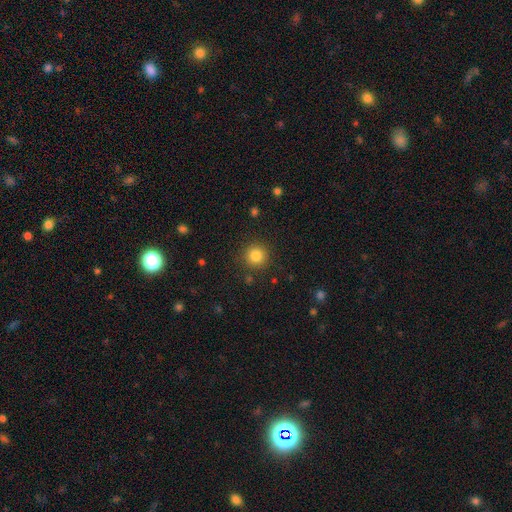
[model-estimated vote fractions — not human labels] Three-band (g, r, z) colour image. It shows a smooth galaxy with no disk features (83%) that is round (94%). Merging: none (89%).